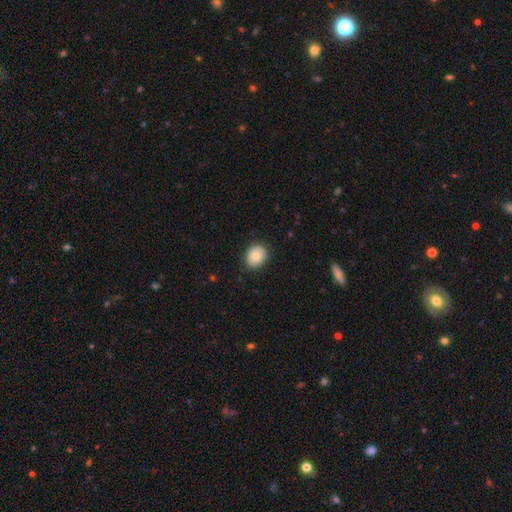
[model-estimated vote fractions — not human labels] Smooth or featured?
  - smooth: 81% *
  - featured or disk: 11%
  - star or artifact: 8%
How rounded?
  - round: 62% *
  - in between: 37%
  - cigar-shaped: 1%
Merging?
  - none: 85% *
  - minor disturbance: 12%
  - major disturbance: 2%
  - merger: 1%